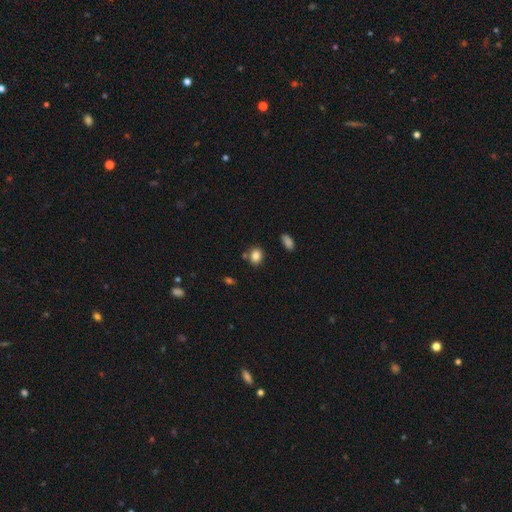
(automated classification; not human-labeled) smooth 84%, star or artifact 10%, featured or disk 6%. Down the decision tree: how rounded — in between (50%); merging — none (75%).